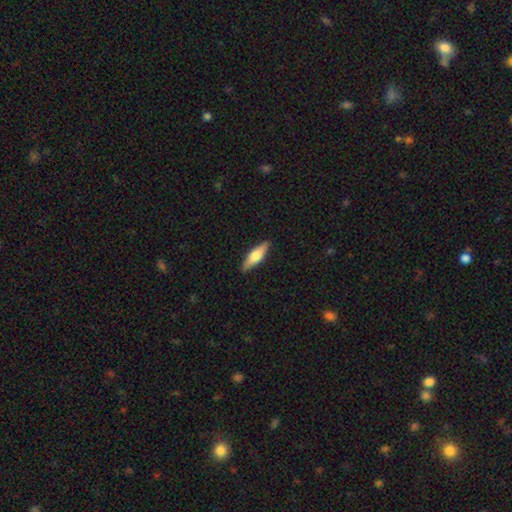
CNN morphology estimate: Smooth or featured? Predicted: smooth (p=0.49). Merging? Predicted: none (p=0.89).